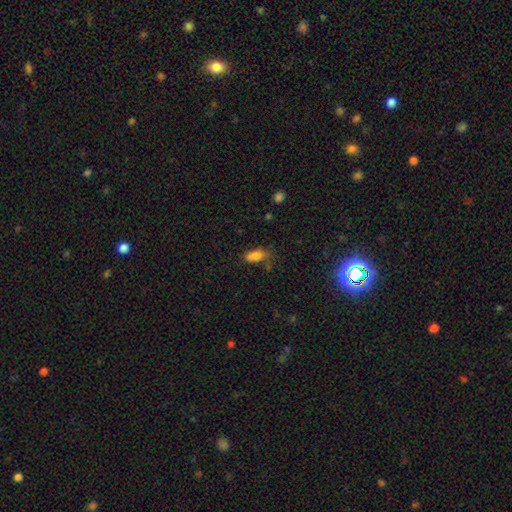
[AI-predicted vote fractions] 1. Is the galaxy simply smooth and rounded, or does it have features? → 75% smooth, 13% featured or disk, 12% star or artifact.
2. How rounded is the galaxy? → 78% in between, 14% cigar-shaped, 8% round.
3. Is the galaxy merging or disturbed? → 44% none, 24% minor disturbance, 23% merger, 10% major disturbance.